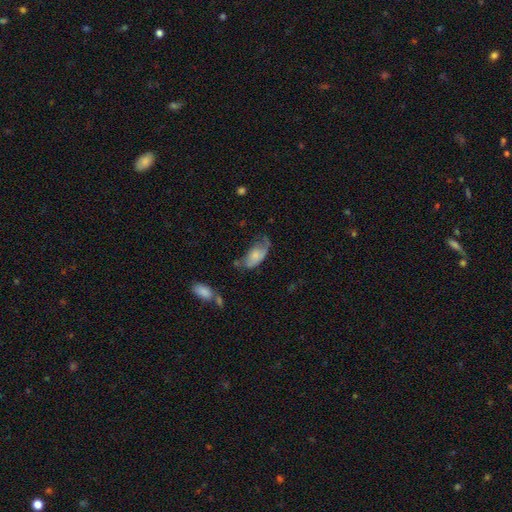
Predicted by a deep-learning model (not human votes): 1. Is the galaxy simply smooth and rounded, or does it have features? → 60% smooth, 32% featured or disk, 8% star or artifact.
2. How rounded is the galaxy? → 90% in between, 6% cigar-shaped, 4% round.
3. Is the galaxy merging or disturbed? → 32% minor disturbance (tied), 32% major disturbance (tied), 29% none, 7% merger.